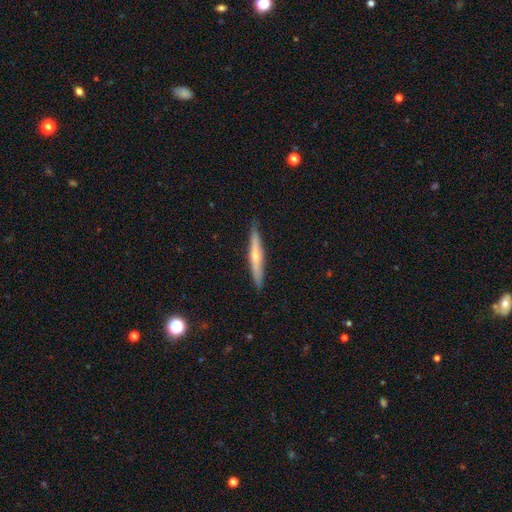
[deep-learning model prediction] smooth-or-featured: featured or disk: 54% | smooth: 40% | star or artifact: 6%
  disk-edge-on: yes: 95% | no: 5%
    edge-on-bulge: rounded: 71% | none: 25% | boxy: 4%
  merging: none: 89% | minor disturbance: 8% | major disturbance: 2% | merger: 1%